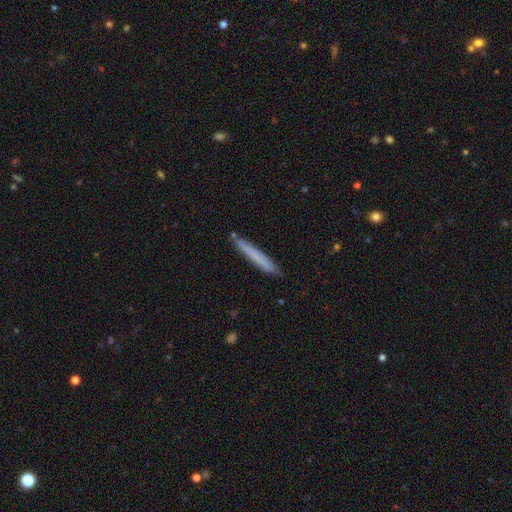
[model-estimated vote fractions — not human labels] smooth_or_featured: smooth (p=0.70) [alt: featured or disk p=0.23]
how_rounded: cigar-shaped (p=0.96) [alt: in between p=0.03]
merging: none (p=0.86) [alt: minor disturbance p=0.10]